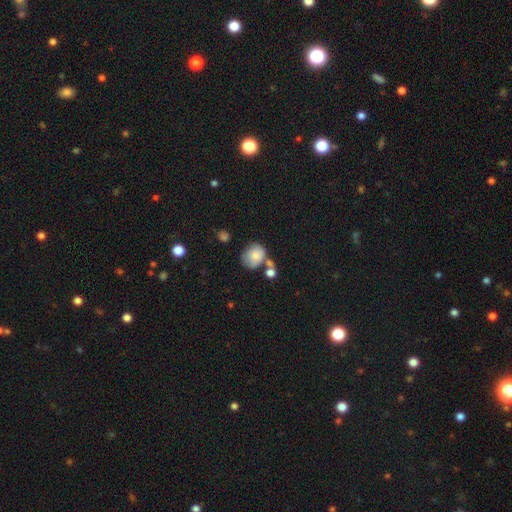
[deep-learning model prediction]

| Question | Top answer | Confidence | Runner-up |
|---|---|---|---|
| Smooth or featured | smooth | 77% | featured or disk (14%) |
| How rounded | round | 51% | in between (48%) |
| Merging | none | 43% | merger (24%) |